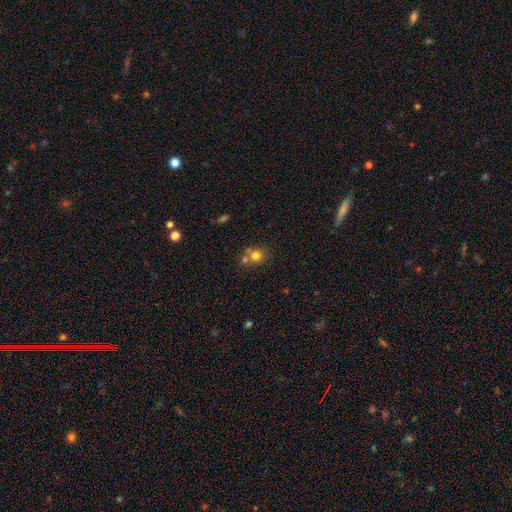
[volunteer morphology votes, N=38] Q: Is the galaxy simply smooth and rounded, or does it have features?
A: smooth — 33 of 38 (87%).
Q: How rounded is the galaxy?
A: round — 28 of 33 (85%).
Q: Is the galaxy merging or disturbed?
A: none — 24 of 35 (69%).